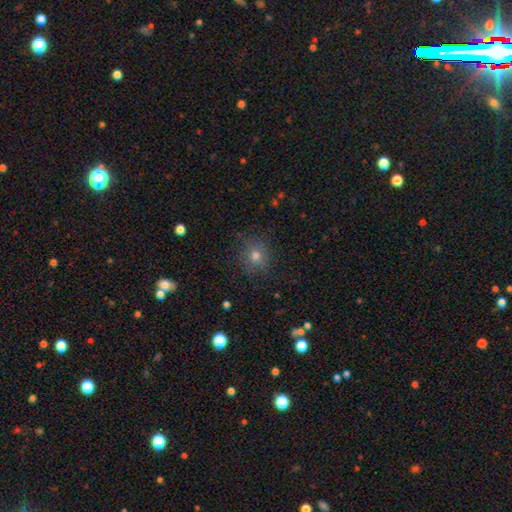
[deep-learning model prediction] This appears to be a smooth galaxy with no disk features (70%) that is round (87%). Merging: none (85%).